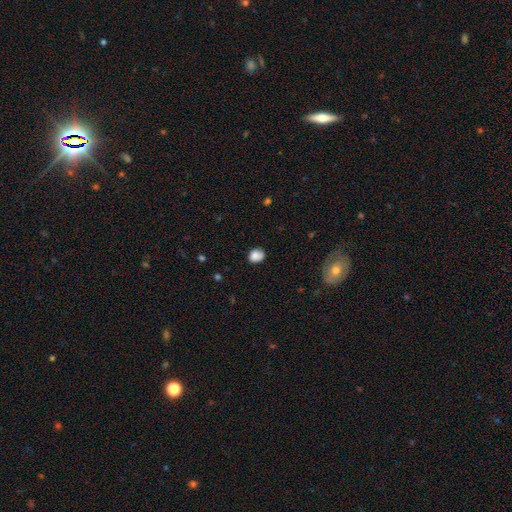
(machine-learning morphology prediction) smooth 82%, star or artifact 9%, featured or disk 9%. Down the decision tree: how rounded — round (58%); merging — none (69%).